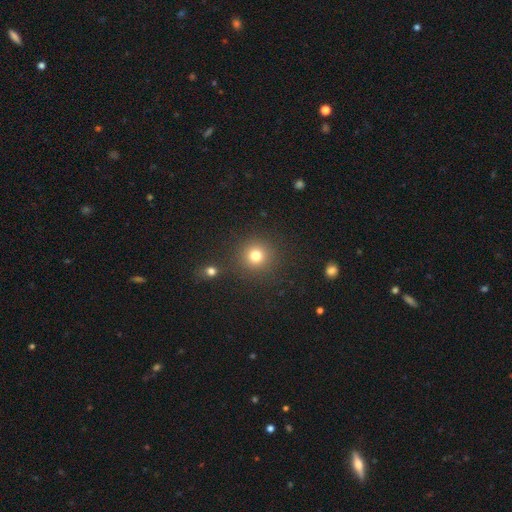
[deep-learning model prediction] Morphology: type=smooth (78%); roundness=round (94%); merging=none (86%).